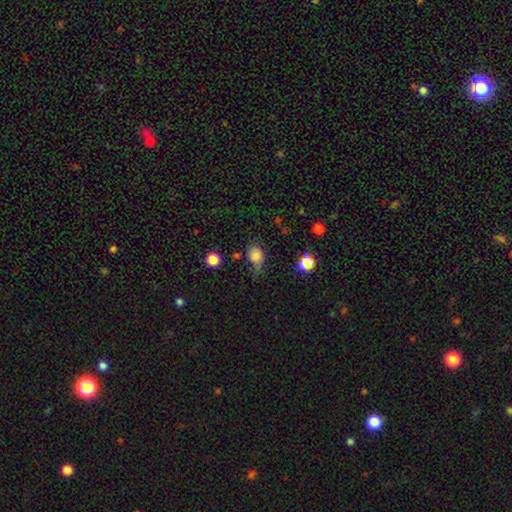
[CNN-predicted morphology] Overall: smooth (78%). How rounded: in between (52%; round 46%). Merging: none (47%; minor disturbance 34%).